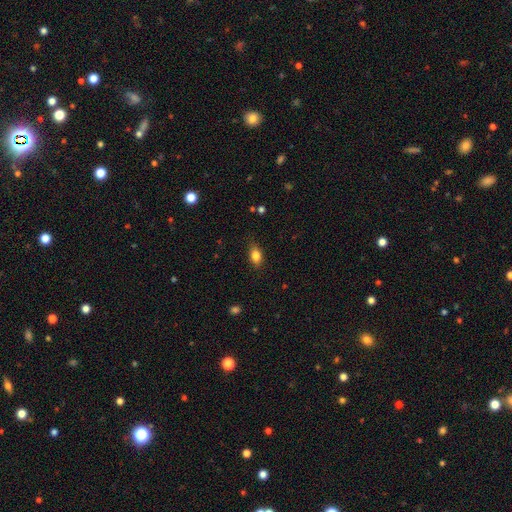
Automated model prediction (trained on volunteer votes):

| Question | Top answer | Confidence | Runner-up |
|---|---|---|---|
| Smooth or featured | smooth | 82% | star or artifact (9%) |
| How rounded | in between | 82% | round (13%) |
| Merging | none | 80% | minor disturbance (15%) |